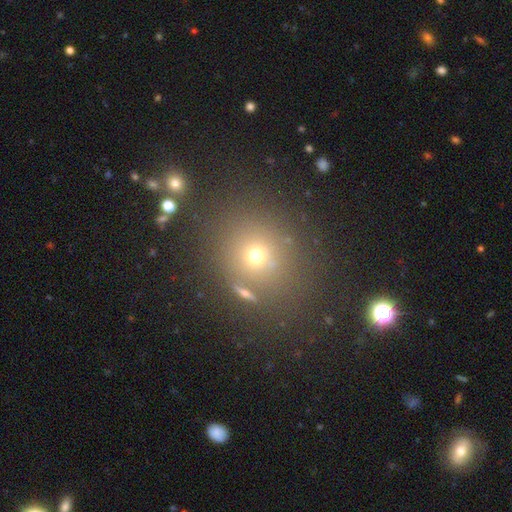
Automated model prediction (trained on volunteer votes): smooth 61%, star or artifact 28%, featured or disk 11%. Down the decision tree: how rounded — round (82%); merging — none (78%).